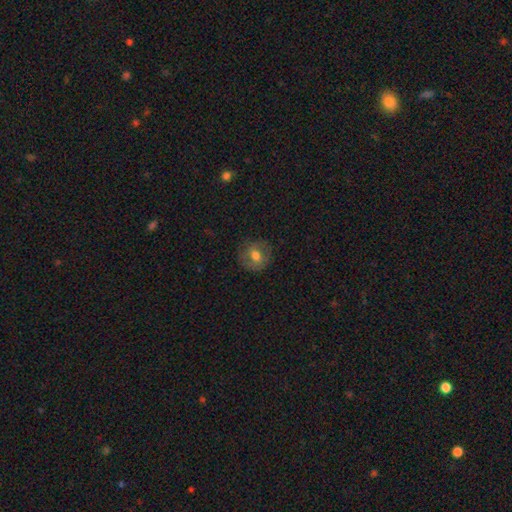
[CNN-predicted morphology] Smooth or featured?
  - smooth: 62% *
  - featured or disk: 28%
  - star or artifact: 10%
How rounded?
  - round: 86% *
  - in between: 13%
  - cigar-shaped: 1%
Merging?
  - none: 81% *
  - minor disturbance: 13%
  - major disturbance: 4%
  - merger: 1%